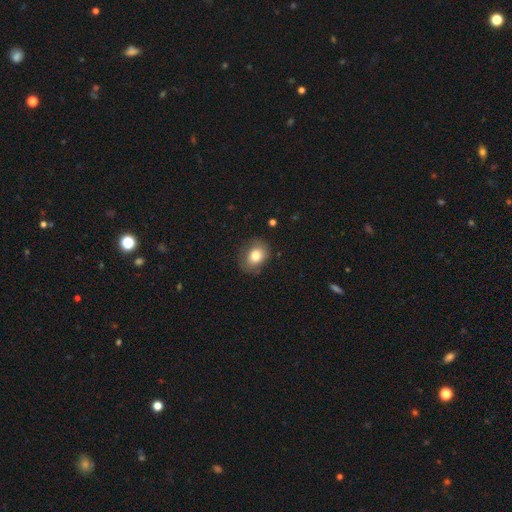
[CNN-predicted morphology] Smooth or featured: smooth — 79% (featured or disk — 12%)
How rounded: round — 50% (in between — 49%)
Merging: none — 73% (minor disturbance — 20%)